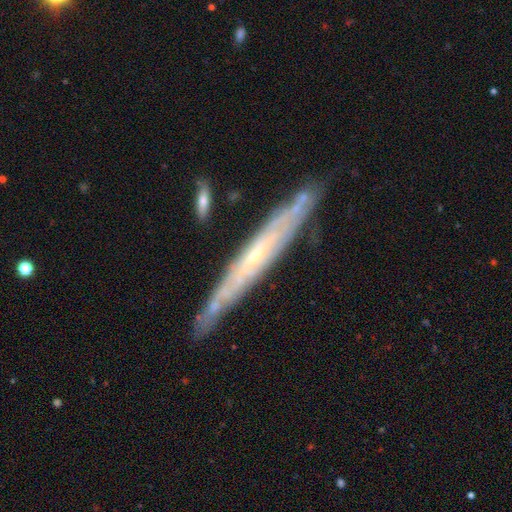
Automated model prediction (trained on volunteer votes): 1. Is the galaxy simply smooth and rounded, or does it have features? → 77% featured or disk, 18% smooth, 6% star or artifact.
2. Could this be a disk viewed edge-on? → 80% yes, 20% no.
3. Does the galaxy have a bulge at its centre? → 58% none, 38% rounded, 4% boxy.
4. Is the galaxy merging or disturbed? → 82% none, 13% minor disturbance, 3% merger, 2% major disturbance.